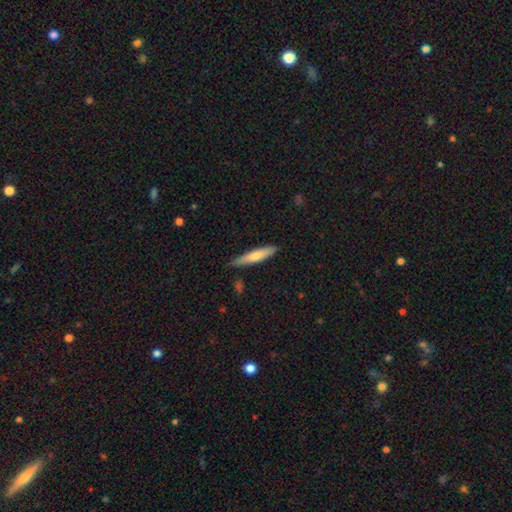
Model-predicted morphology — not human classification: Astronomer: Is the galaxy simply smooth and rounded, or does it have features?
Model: smooth — 60%.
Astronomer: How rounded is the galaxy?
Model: cigar-shaped — 88%.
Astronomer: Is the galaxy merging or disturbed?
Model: none — 85%.